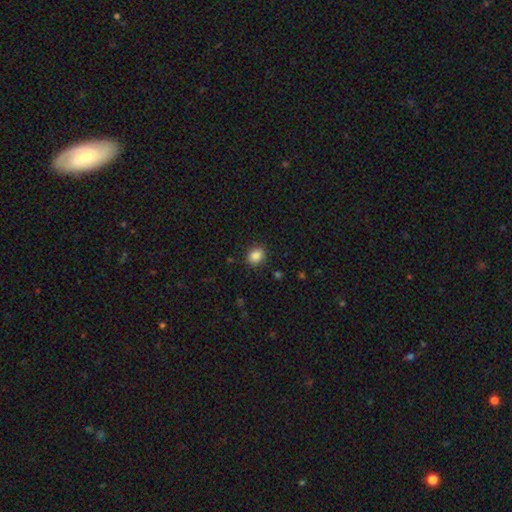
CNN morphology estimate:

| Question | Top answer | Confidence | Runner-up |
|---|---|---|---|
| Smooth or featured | smooth | 86% | star or artifact (10%) |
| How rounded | round | 67% | in between (32%) |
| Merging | none | 89% | minor disturbance (8%) |